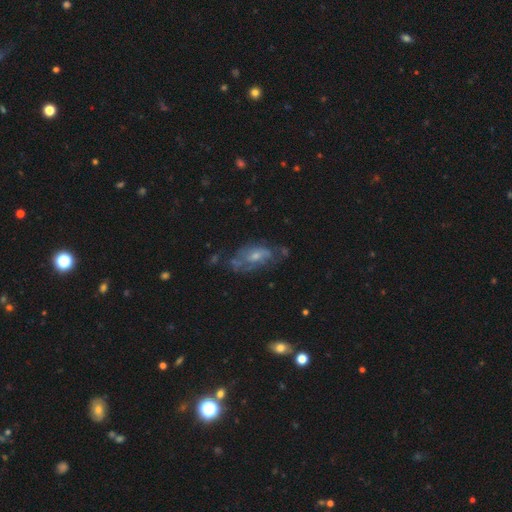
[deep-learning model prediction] Smooth or featured?
  - featured or disk: 62% *
  - smooth: 29%
  - star or artifact: 9%
Edge-on disk?
  - no: 92% *
  - yes: 8%
Bar?
  - no: 63% *
  - weak: 31%
  - strong: 6%
Spiral arms?
  - yes: 61% *
  - no: 39%
Bulge size?
  - moderate: 45% * (tied)
  - small: 45% * (tied)
  - none: 5%
  - large: 4%
  - dominant: 1%
Merging?
  - none: 48% *
  - minor disturbance: 27%
  - major disturbance: 20%
  - merger: 6%